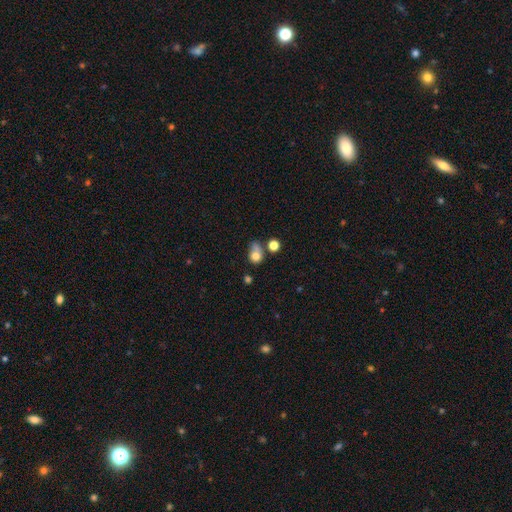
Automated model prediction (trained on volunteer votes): Overall: smooth (74%). How rounded: round (54%; in between 44%). Merging: none (31%; merger 24%).